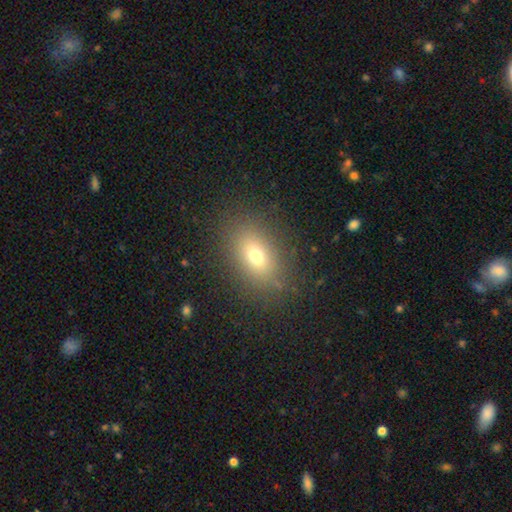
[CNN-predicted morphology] The model was most divided on "smooth or featured": smooth: 71%, featured or disk: 16%, star or artifact: 14%. More confident: merging — none (85%); how rounded — in between (81%).